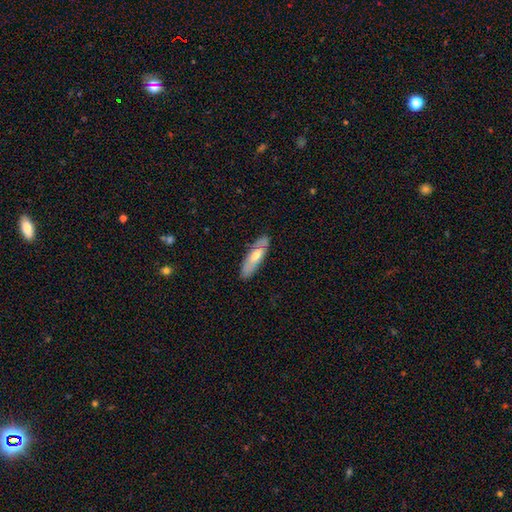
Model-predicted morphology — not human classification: This appears to be a smooth galaxy with no disk features (53%) that is cigar-shaped (50%). Merging: none (79%).